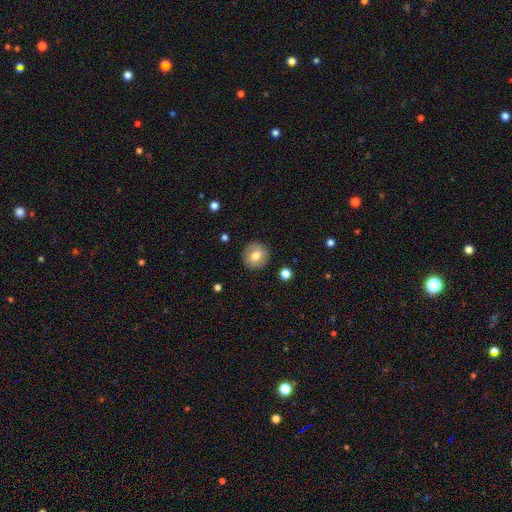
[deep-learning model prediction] This is likely a smooth galaxy (71%). How rounded: clearly round (86%). Merging: clearly none (89%).